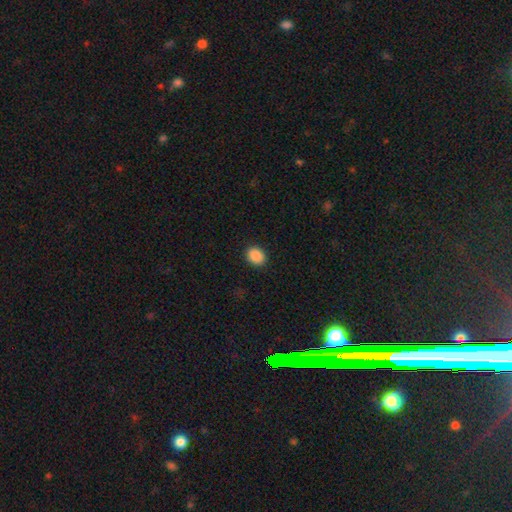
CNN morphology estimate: smooth 89%, star or artifact 8%, featured or disk 3%. Down the decision tree: how rounded — in between (55%); merging — none (91%).